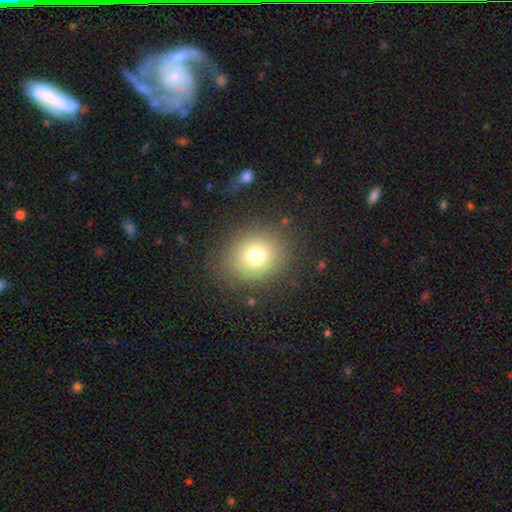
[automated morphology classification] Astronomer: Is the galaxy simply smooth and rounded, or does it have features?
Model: smooth — 74%.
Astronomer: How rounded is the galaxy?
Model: round — 74%.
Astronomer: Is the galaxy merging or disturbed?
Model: none — 83%.